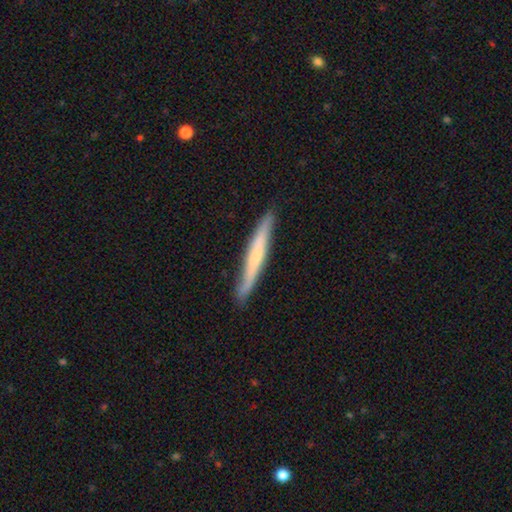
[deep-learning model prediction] smooth-or-featured: smooth: 49% | featured or disk: 46% | star or artifact: 5%
  merging: none: 85% | minor disturbance: 11% | major disturbance: 2% | merger: 1%